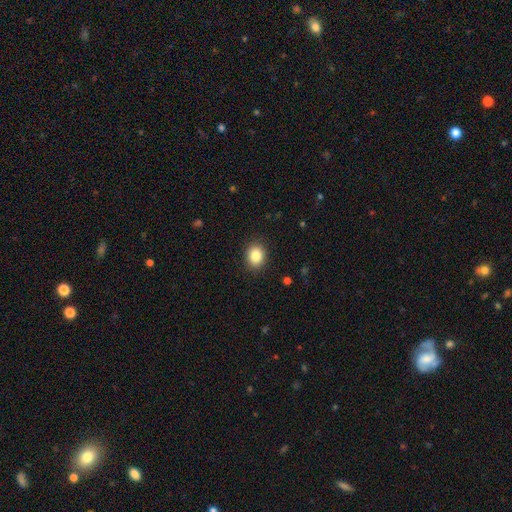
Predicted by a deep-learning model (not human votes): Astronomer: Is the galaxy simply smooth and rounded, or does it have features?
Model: smooth — 85%.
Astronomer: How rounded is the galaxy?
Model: round — 55% (runner-up: in between, 45%).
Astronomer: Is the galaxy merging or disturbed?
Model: none — 89%.